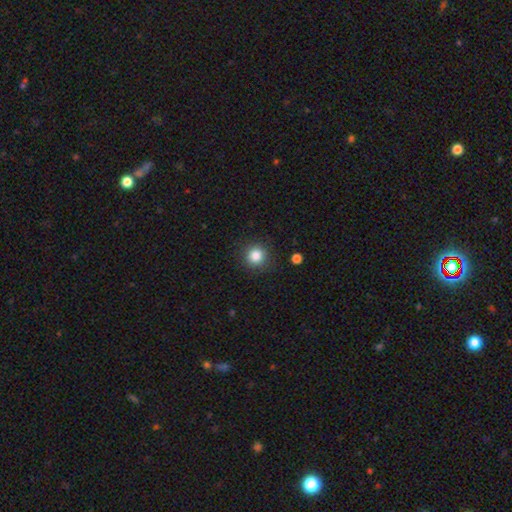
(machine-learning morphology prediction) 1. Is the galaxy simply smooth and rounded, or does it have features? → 84% smooth, 11% star or artifact, 5% featured or disk.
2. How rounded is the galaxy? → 93% round, 6% in between, 1% cigar-shaped.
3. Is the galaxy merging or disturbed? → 89% none, 7% minor disturbance, 2% major disturbance, 1% merger.